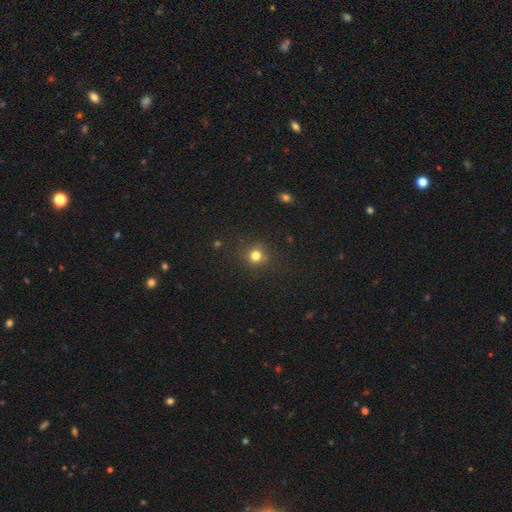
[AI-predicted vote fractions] The model was most divided on "smooth or featured": smooth: 77%, star or artifact: 17%, featured or disk: 6%. More confident: how rounded — round (90%); merging — none (84%).